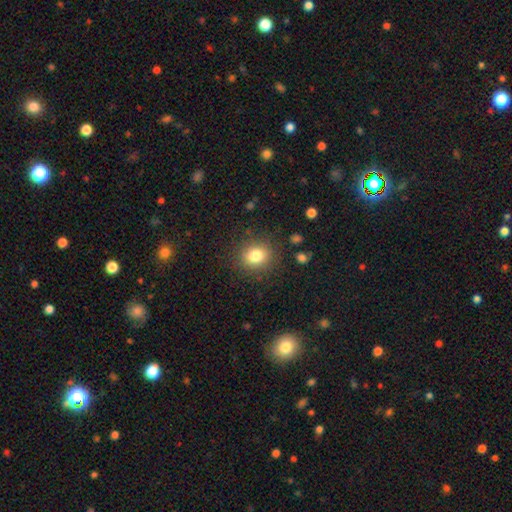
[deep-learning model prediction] The model was most divided on "how rounded": round: 75%, in between: 24%, cigar-shaped: 1%. More confident: merging — none (86%); smooth or featured — smooth (81%).